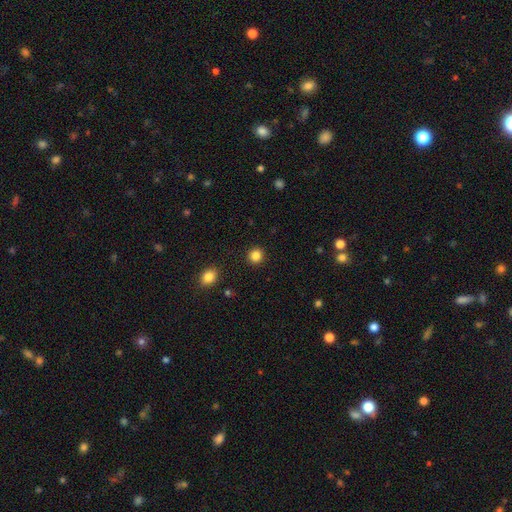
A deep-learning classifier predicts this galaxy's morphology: Overall: smooth (84%). How rounded: round (92%). Merging: none (92%).